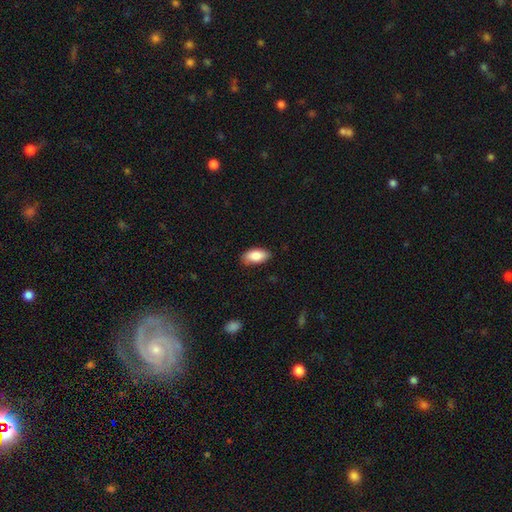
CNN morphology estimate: Smooth or featured? smooth (86%)
How rounded? in between (93%)
Merging? none (81%)